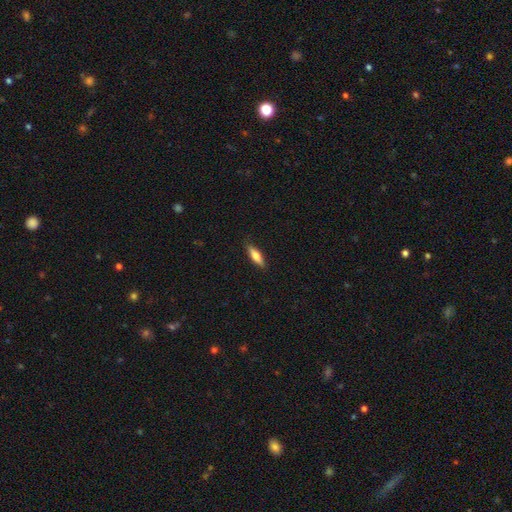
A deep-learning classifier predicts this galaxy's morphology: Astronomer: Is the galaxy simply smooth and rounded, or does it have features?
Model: smooth — 69%.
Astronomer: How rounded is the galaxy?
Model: cigar-shaped — 56% (runner-up: in between, 42%).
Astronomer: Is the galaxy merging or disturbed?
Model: none — 86%.